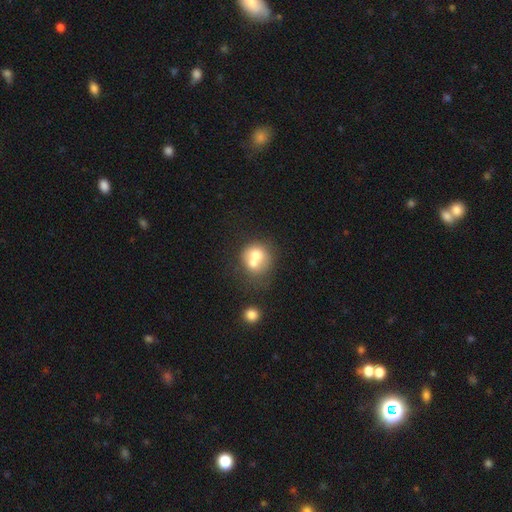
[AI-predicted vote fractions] smooth-or-featured: smooth: 64% | featured or disk: 26% | star or artifact: 10%
  how-rounded: round: 76% | in between: 23% | cigar-shaped: 1%
  merging: merger: 58% | none: 28% | minor disturbance: 9% | major disturbance: 5%